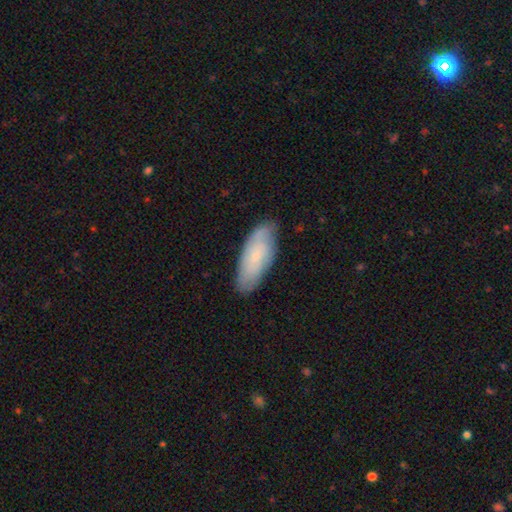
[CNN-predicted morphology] The model was most divided on "smooth or featured": smooth: 58%, featured or disk: 36%, star or artifact: 7%. More confident: merging — none (78%); how rounded — in between (77%).